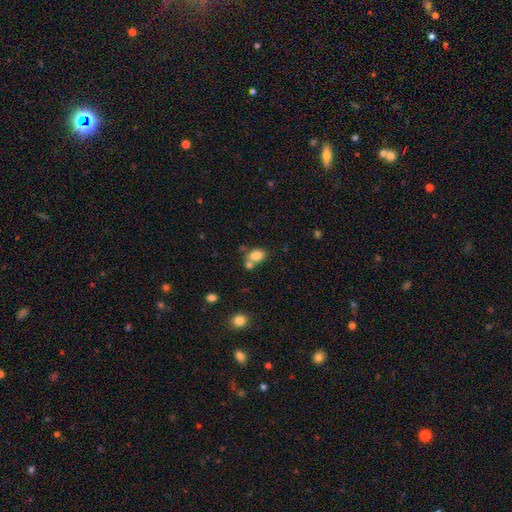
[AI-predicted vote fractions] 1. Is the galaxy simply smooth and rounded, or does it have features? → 80% smooth, 10% star or artifact, 10% featured or disk.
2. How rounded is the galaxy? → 64% in between, 35% round, 1% cigar-shaped.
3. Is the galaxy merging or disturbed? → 48% none, 35% merger, 12% minor disturbance, 4% major disturbance.